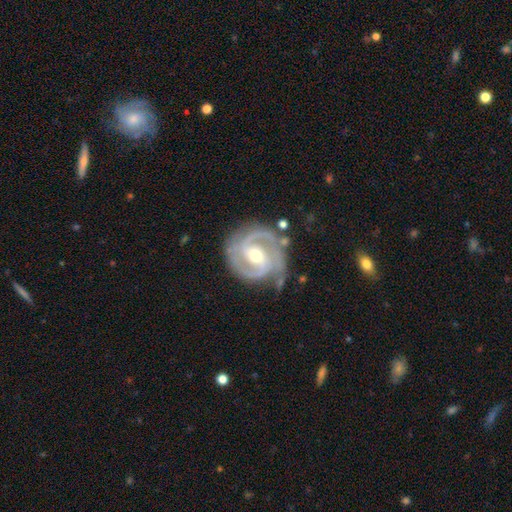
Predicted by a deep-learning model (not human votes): Morphology: type=featured or disk (91%); edge-on=no (98%); bar=weak (44%); spiral arms=yes (98%); winding=tight (48%); arm count=2 (80%); bulge=moderate (73%); merging=none (73%).